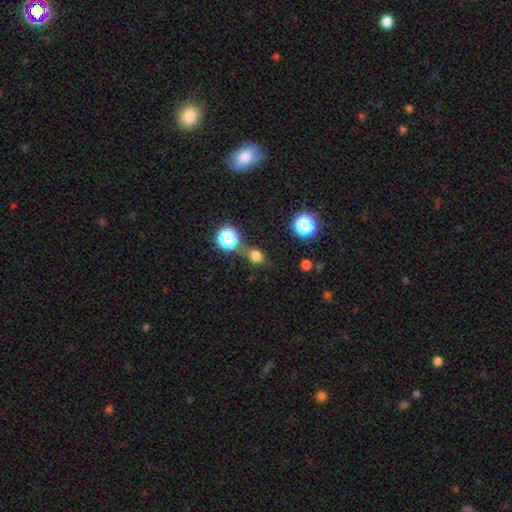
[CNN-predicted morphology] Smooth or featured: smooth — 73% (star or artifact — 20%)
How rounded: round — 66% (in between — 32%)
Merging: none — 62% (minor disturbance — 18%)